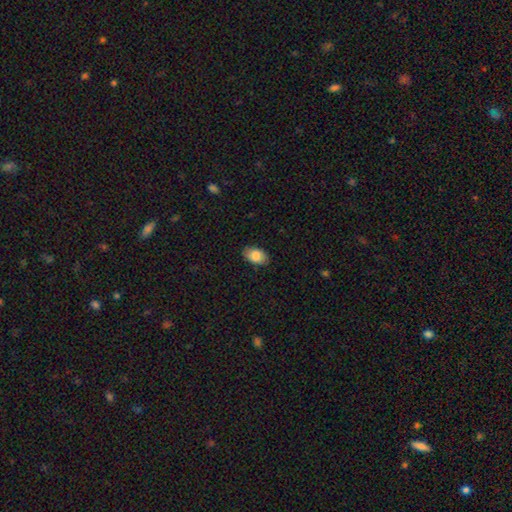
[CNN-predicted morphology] smooth-or-featured: smooth: 85% | featured or disk: 9% | star or artifact: 7%
  how-rounded: in between: 92% | round: 7% | cigar-shaped: 1%
  merging: none: 85% | minor disturbance: 11% | major disturbance: 2% | merger: 1%